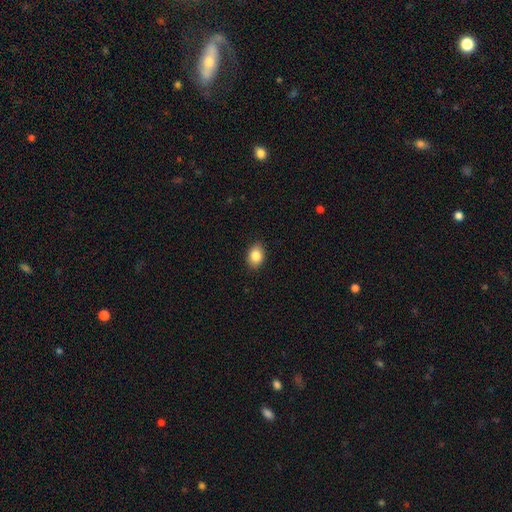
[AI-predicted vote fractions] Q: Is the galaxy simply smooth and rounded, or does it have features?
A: smooth — 85%.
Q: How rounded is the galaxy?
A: in between — 73%.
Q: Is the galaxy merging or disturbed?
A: none — 89%.